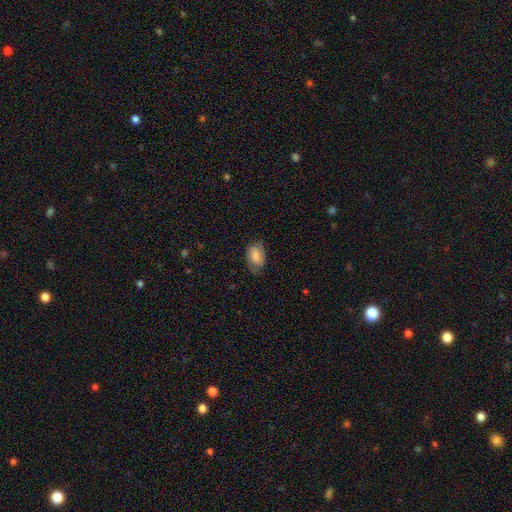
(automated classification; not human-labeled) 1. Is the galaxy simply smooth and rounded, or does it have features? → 69% smooth, 24% featured or disk, 7% star or artifact.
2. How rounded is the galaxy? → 87% in between, 12% round, 1% cigar-shaped.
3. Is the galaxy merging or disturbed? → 65% none, 26% minor disturbance, 7% major disturbance, 1% merger.